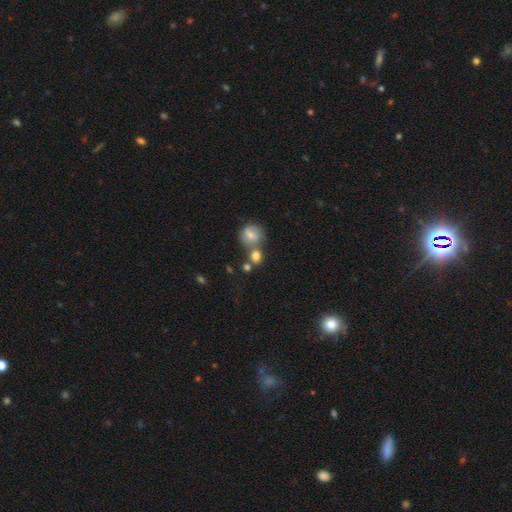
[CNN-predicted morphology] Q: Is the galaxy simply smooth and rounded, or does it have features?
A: smooth — 78%.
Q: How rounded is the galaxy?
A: round — 80%.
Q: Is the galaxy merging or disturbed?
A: none — 51%.